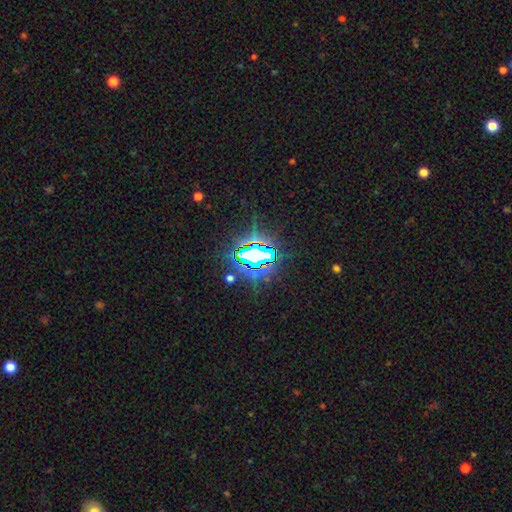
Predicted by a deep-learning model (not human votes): A star or artifact, not a galaxy (77%).